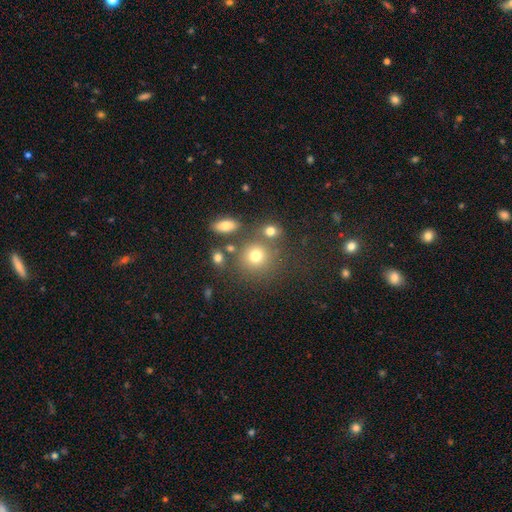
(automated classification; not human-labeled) smooth_or_featured: smooth (p=0.74) [alt: star or artifact p=0.15]
how_rounded: round (p=0.85) [alt: in between p=0.14]
merging: none (p=0.69) [alt: merger p=0.15]